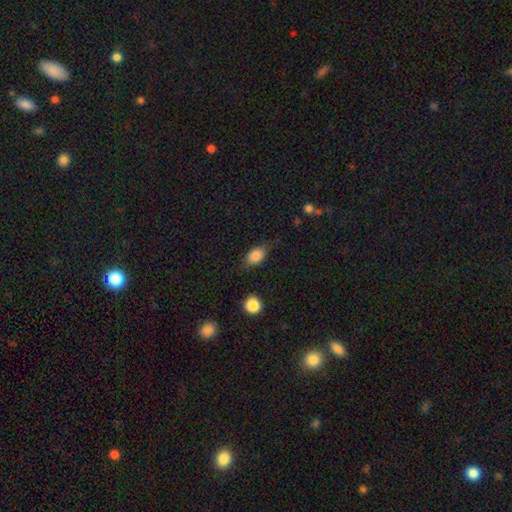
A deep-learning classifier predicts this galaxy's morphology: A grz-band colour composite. It shows a smooth galaxy with no disk features (84%) that is in between round and cigar-shaped (74%). Merging: none (69%).